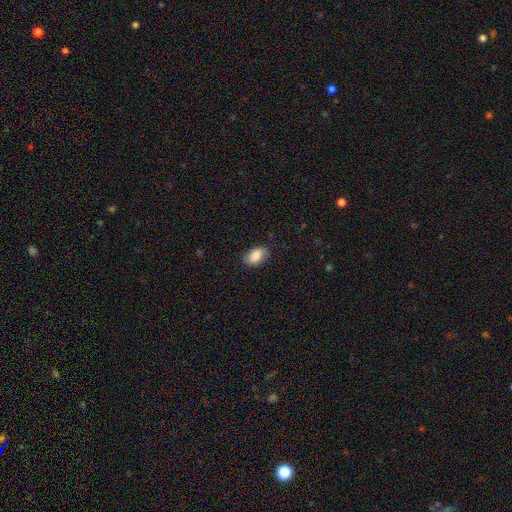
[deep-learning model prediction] This is clearly a smooth galaxy (85%). How rounded: clearly in between (90%). Merging: clearly none (83%).